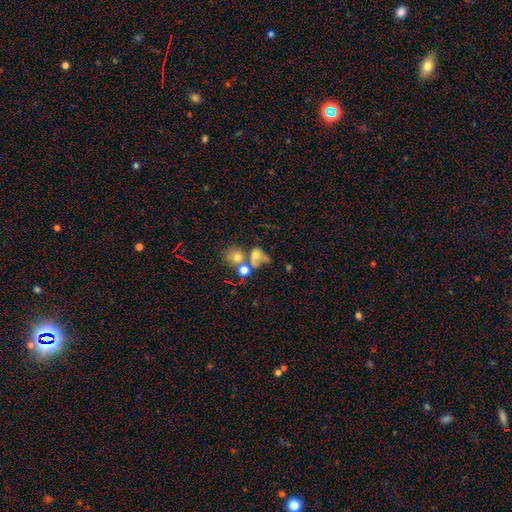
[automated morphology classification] A smooth galaxy with no disk features (60%) that is round (59%). Merging: merger (53%).